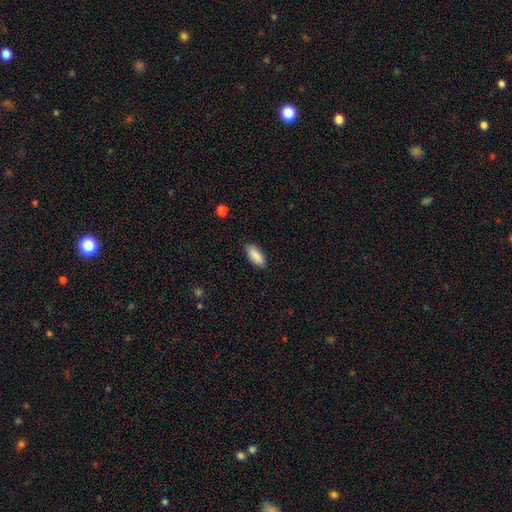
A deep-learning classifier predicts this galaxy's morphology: The model was most divided on "how rounded": in between: 83%, cigar-shaped: 16%, round: 2%. More confident: smooth or featured — smooth (89%); merging — none (87%).